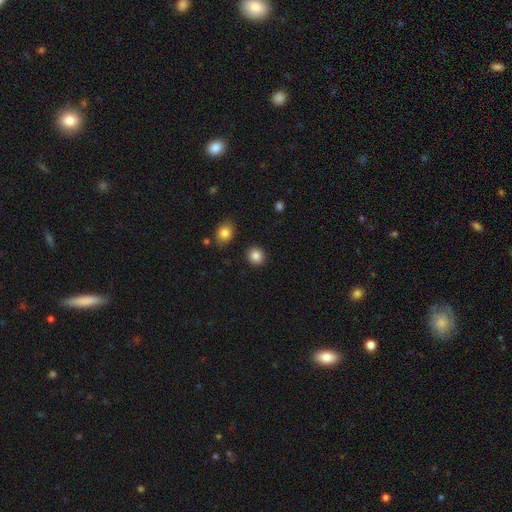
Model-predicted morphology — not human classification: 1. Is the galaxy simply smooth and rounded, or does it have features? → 87% smooth, 9% star or artifact, 4% featured or disk.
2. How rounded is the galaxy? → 88% round, 11% in between, 1% cigar-shaped.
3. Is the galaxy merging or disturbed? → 91% none, 6% minor disturbance, 2% major disturbance, 2% merger.